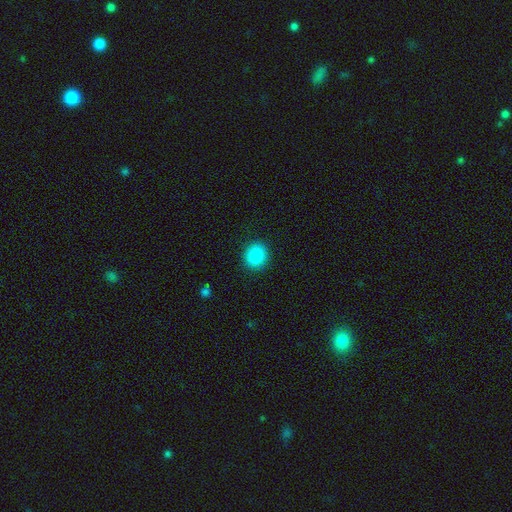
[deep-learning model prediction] Morphology: type=smooth (89%); roundness=round (80%); merging=none (90%).